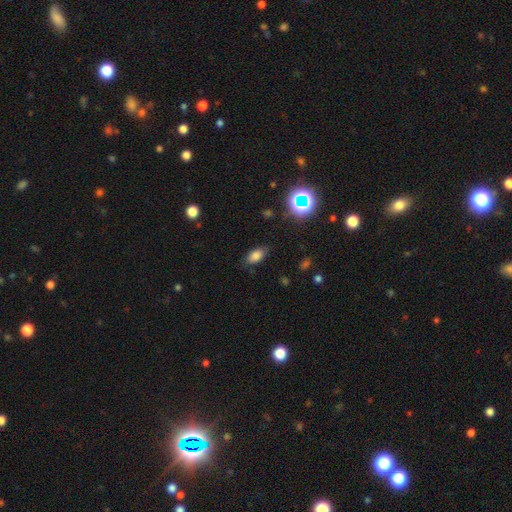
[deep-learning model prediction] This is likely a smooth galaxy (78%). How rounded: clearly in between (89%). Merging: clearly none (82%).